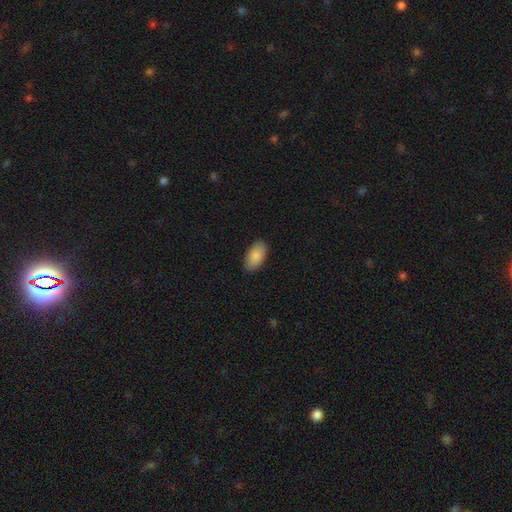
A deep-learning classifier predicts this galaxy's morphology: smooth_or_featured: smooth (p=0.88) [alt: featured or disk p=0.06]
how_rounded: in between (p=0.95) [alt: round p=0.03]
merging: none (p=0.88) [alt: minor disturbance p=0.09]